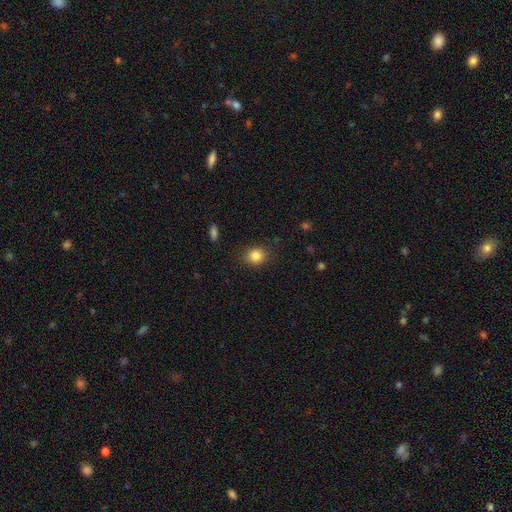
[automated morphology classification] smooth_or_featured: smooth (p=0.85) [alt: star or artifact p=0.10]
how_rounded: round (p=0.66) [alt: in between p=0.33]
merging: none (p=0.86) [alt: minor disturbance p=0.10]